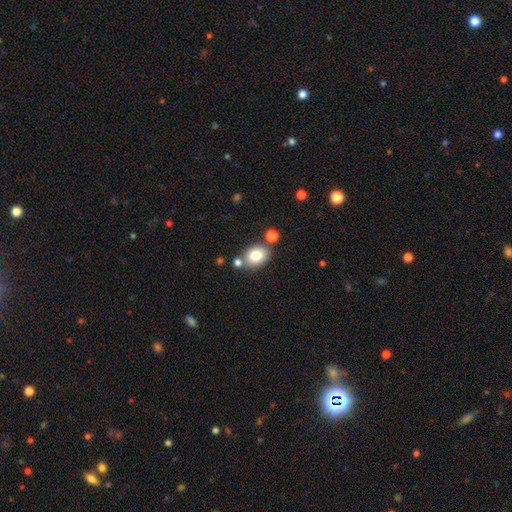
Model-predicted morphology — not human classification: A smooth galaxy with no disk features (79%) that is in between round and cigar-shaped (58%). Merging: none (69%).